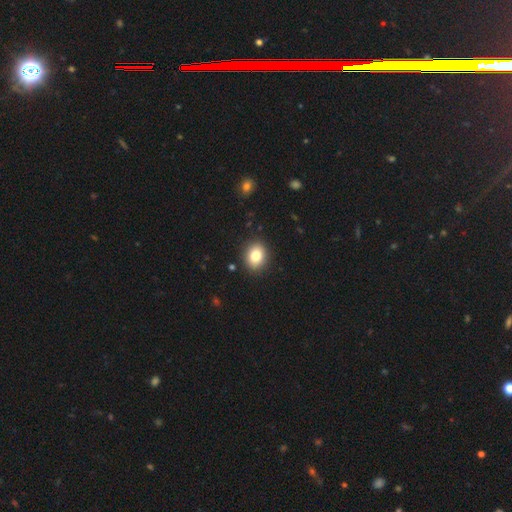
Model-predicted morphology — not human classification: type=smooth (81%); roundness=round (57%); merging=none (90%).